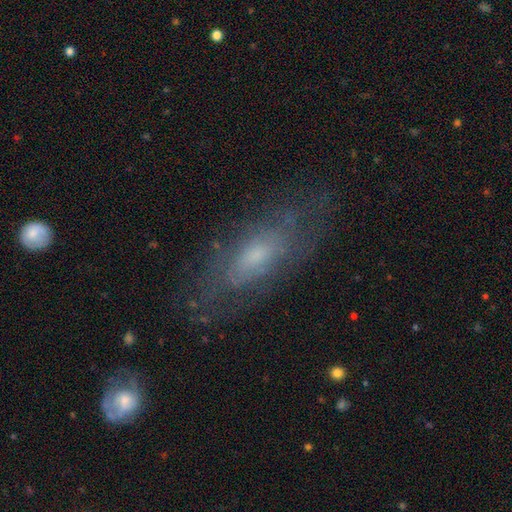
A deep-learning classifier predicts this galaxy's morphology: Smooth or featured: featured or disk — 56% (smooth — 35%)
Edge-on disk: no — 83% (yes — 17%)
Merging: none — 70% (minor disturbance — 19%)